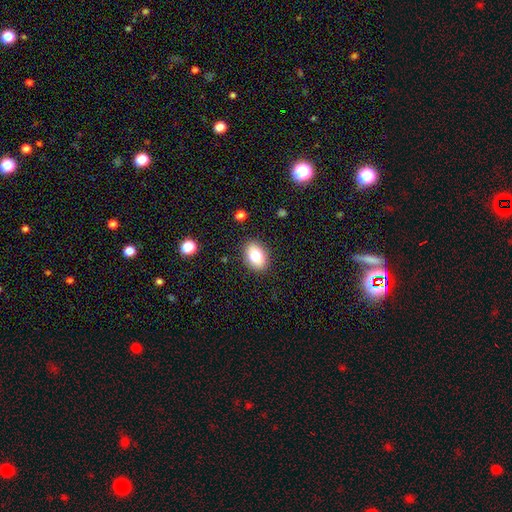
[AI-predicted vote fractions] This appears to be a smooth galaxy with no disk features (80%) that is in between round and cigar-shaped (84%). Merging: none (87%).